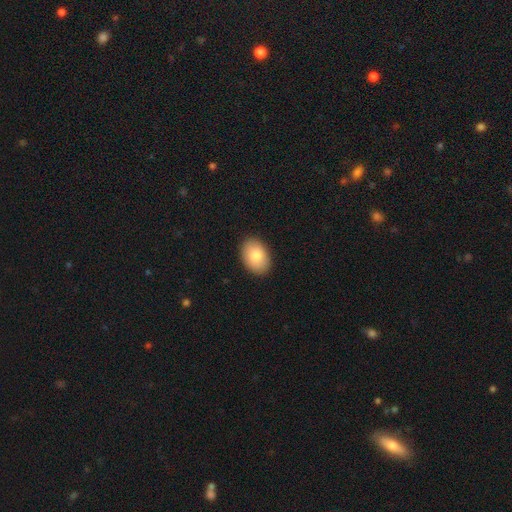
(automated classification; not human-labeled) smooth_or_featured: smooth (p=0.83) [alt: featured or disk p=0.10]
how_rounded: in between (p=0.84) [alt: round p=0.15]
merging: none (p=0.89) [alt: minor disturbance p=0.08]